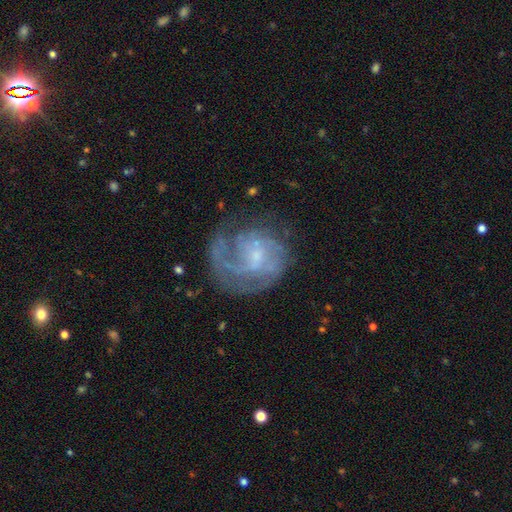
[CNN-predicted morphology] The model was most divided on "spiral winding" (2-way tie): medium: 39%, tight: 39%, loose: 22%. Remaining: edge-on disk — no (98%); spiral arms — yes (83%); smooth or featured — featured or disk (75%); bulge size — small (65%); bar — no (57%); merging — none (55%); spiral arm count — 1 (33%).